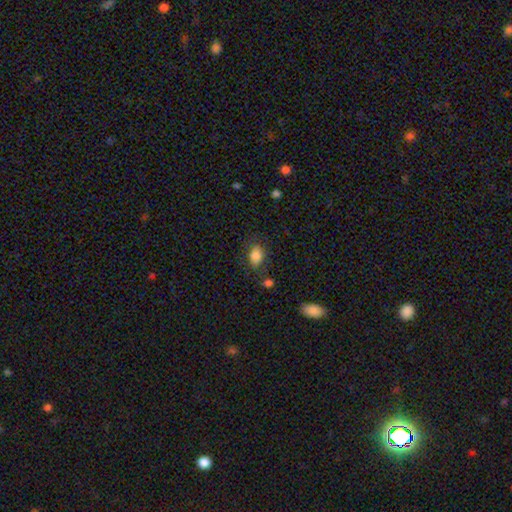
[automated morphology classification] Smooth or featured? Predicted: smooth (p=0.83). How rounded? Predicted: in between (p=0.73). Merging? Predicted: none (p=0.69).